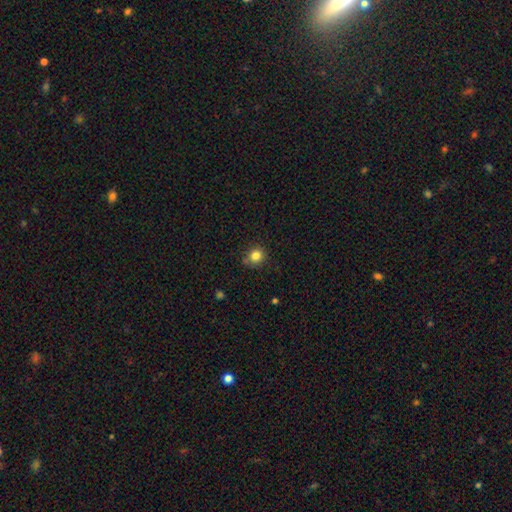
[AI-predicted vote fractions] Morphology: type=smooth (83%); roundness=round (85%); merging=none (78%).